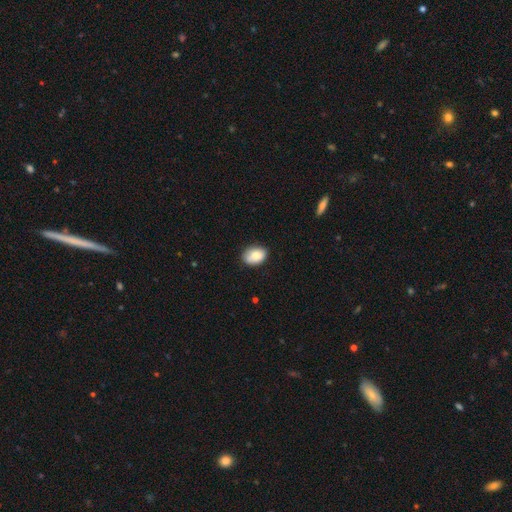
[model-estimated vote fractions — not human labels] This appears to be a smooth galaxy with no disk features (84%) that is in between round and cigar-shaped (84%). Merging: none (75%).